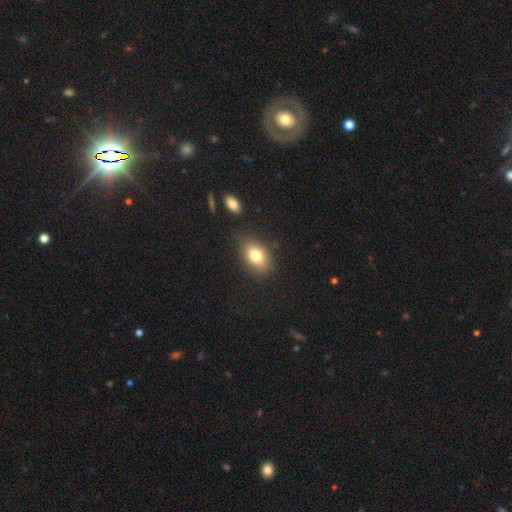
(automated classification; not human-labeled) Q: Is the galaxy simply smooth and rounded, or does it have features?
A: smooth — 77%.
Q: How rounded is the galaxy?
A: in between — 80%.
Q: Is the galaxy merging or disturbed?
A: none — 78%.